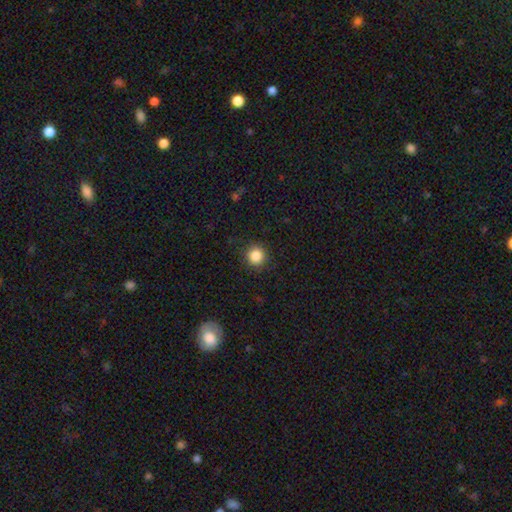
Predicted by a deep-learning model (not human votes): Smooth or featured? Predicted: smooth (p=0.86). How rounded? Predicted: round (p=0.93). Merging? Predicted: none (p=0.90).